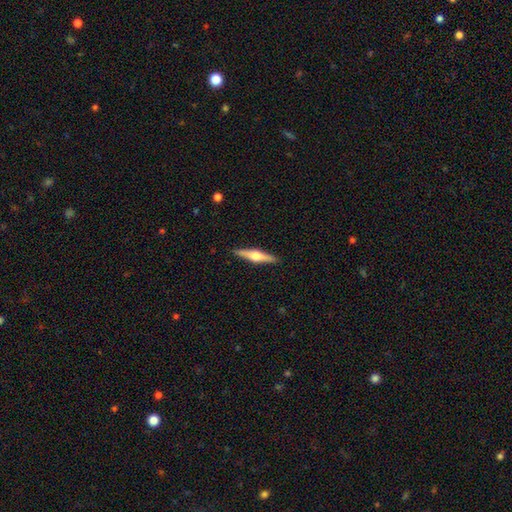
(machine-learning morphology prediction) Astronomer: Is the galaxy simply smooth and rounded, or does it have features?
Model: featured or disk — 65%.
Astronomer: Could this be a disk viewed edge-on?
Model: yes — 98%.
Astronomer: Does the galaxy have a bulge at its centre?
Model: rounded — 92%.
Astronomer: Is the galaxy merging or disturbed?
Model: none — 91%.